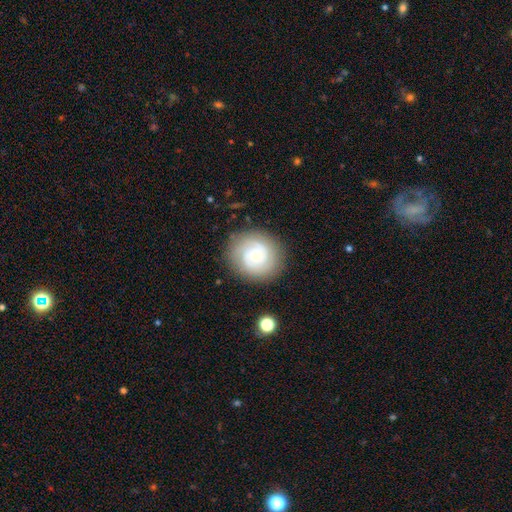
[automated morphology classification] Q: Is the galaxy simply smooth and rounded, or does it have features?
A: featured or disk — 62%.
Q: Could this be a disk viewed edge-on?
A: no — 98%.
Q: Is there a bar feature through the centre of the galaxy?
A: no — 81%.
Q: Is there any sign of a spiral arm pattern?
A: yes — 79%.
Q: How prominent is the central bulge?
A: small — 62%.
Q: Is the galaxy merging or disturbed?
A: none — 83%.